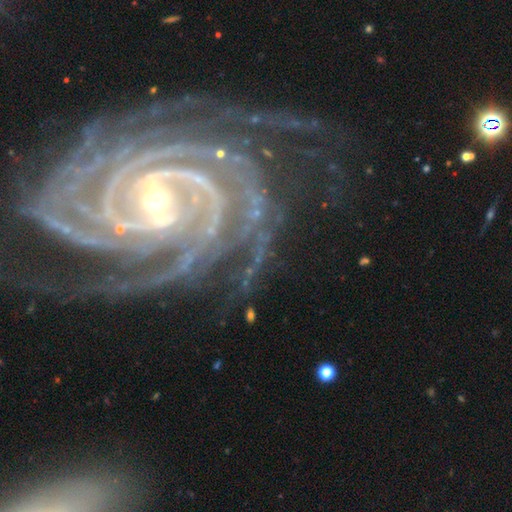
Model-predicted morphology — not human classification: A featured or disk galaxy (92%) with a strong bar (36%), more than 4 (26%) tight (77%) spiral arms (99%) and a small central bulge (50%). Merging: none (69%).